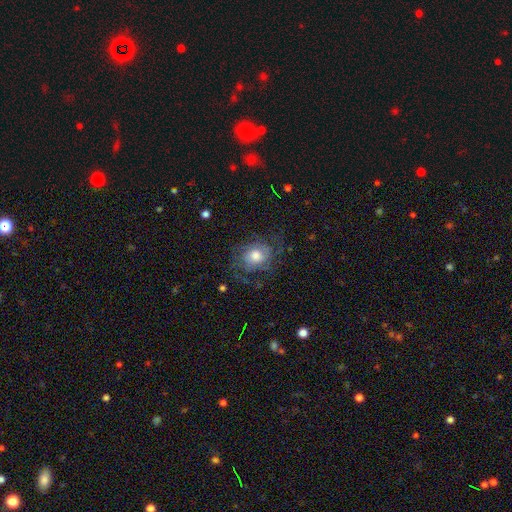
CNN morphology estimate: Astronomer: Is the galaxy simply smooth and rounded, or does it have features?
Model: featured or disk — 64%.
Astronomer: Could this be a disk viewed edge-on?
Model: no — 97%.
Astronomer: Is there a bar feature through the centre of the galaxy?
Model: no — 77%.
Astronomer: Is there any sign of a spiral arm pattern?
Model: yes — 84%.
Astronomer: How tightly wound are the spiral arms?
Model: tight — 46% (runner-up: medium, 38%).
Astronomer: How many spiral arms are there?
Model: can't tell — 40% (runner-up: 2, 26%).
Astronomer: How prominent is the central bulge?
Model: moderate — 54% (runner-up: large, 32%).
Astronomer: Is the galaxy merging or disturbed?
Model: none — 61%.